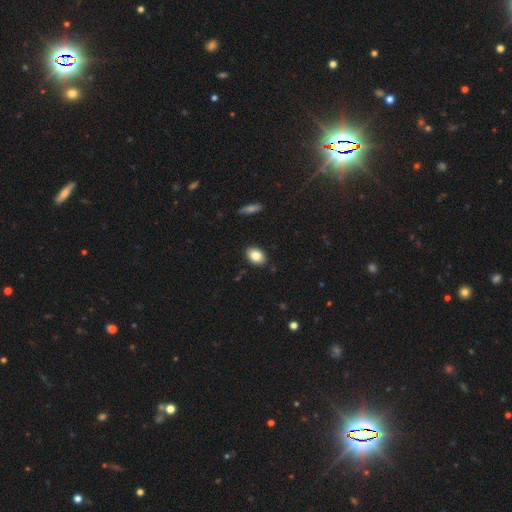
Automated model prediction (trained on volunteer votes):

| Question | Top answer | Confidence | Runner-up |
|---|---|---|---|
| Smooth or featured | smooth | 83% | featured or disk (9%) |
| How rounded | in between | 81% | round (18%) |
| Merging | none | 89% | minor disturbance (8%) |